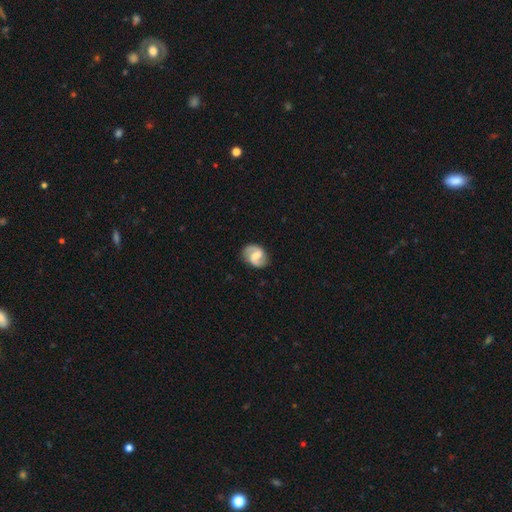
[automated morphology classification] Smooth or featured? Predicted: featured or disk (p=0.79). Edge-on disk? Predicted: no (p=0.98). Bar? Predicted: weak (p=0.52). Spiral arms? Predicted: yes (p=0.95). Spiral winding? Predicted: medium (p=0.48). Spiral arm count? Predicted: 2 (p=0.92). Bulge size? Predicted: moderate (p=0.35). Merging? Predicted: none (p=0.83).